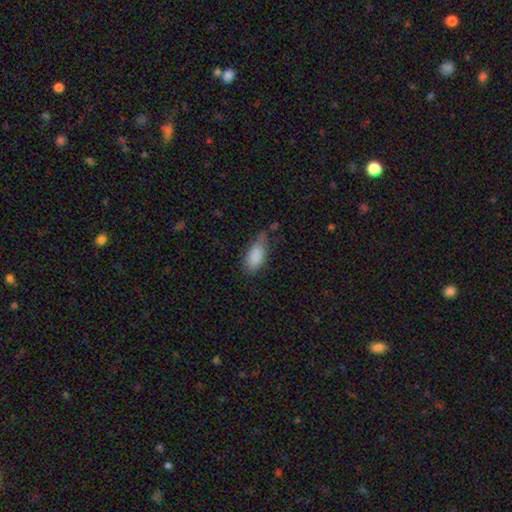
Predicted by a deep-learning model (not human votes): Smooth or featured?
  - smooth: 86% *
  - star or artifact: 7%
  - featured or disk: 7%
How rounded?
  - in between: 90% *
  - cigar-shaped: 7%
  - round: 3%
Merging?
  - none: 45% *
  - minor disturbance: 39%
  - major disturbance: 13%
  - merger: 4%